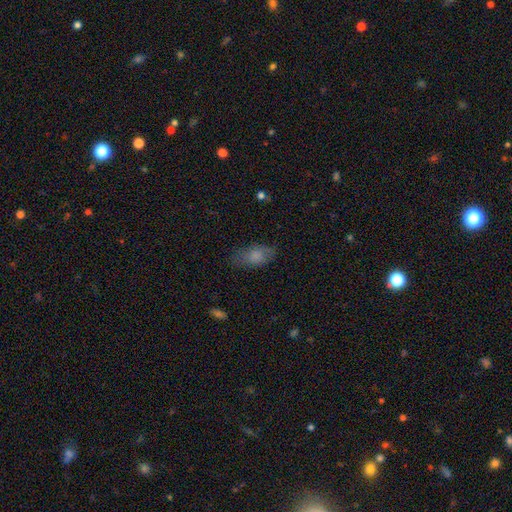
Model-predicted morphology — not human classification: Smooth or featured: smooth — 78% (featured or disk — 13%)
How rounded: in between — 89% (cigar-shaped — 6%)
Merging: none — 70% (minor disturbance — 21%)